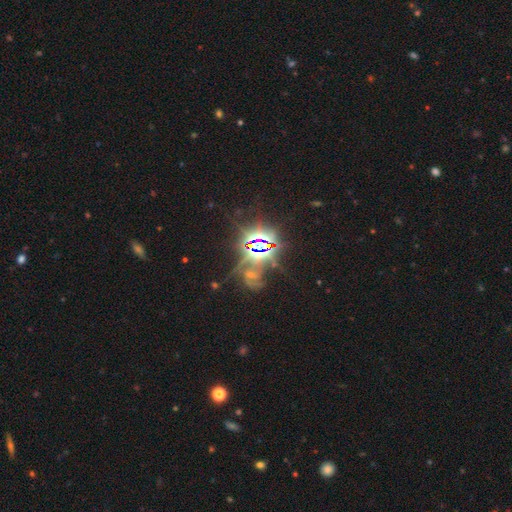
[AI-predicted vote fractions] This is clearly a star or artifact rather than a galaxy (82%).